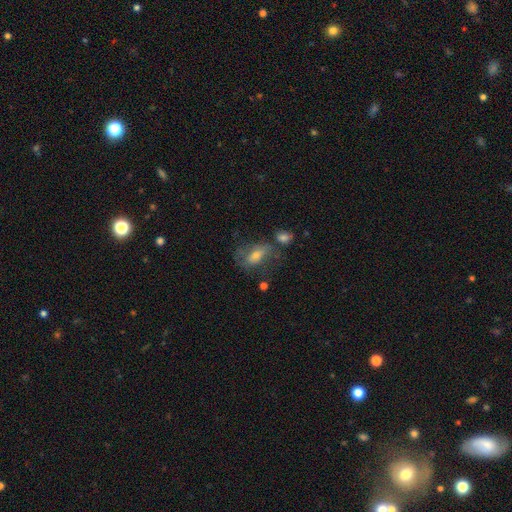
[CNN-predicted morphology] Q: Smooth or featured?
A: smooth (47%); runner-up: featured or disk (41%)
Q: Merging?
A: none (44%); runner-up: minor disturbance (21%)